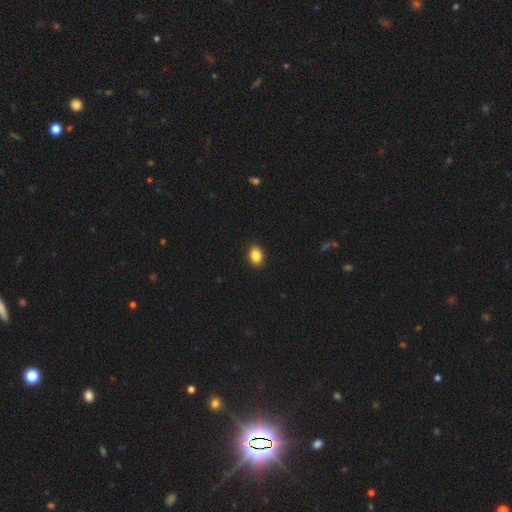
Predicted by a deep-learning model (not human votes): Smooth or featured? Predicted: smooth (p=0.86). How rounded? Predicted: in between (p=0.71). Merging? Predicted: none (p=0.91).